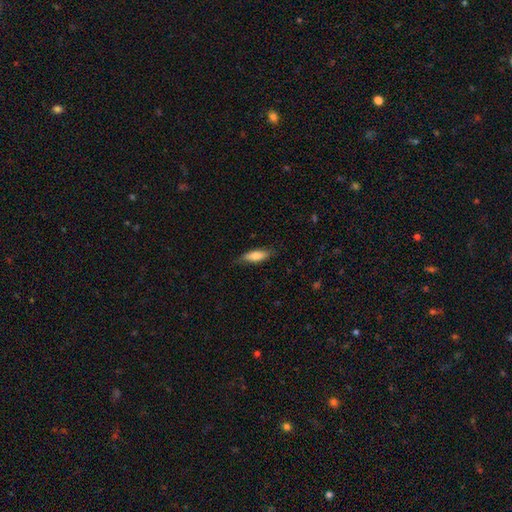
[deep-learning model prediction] A smooth galaxy with no disk features (76%) that is in between round and cigar-shaped (57%). Merging: none (76%).